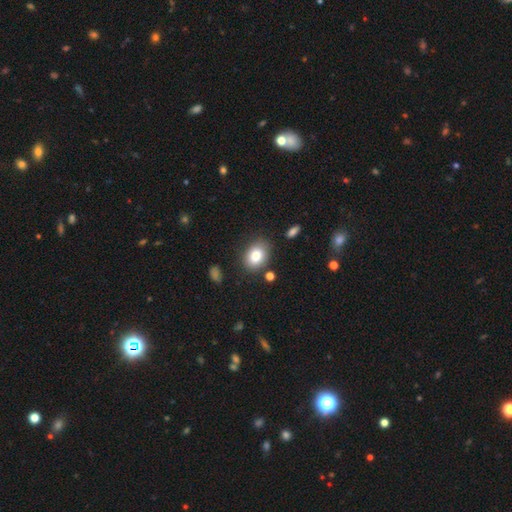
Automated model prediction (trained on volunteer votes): Morphology: type=smooth (81%); roundness=in between (67%); merging=none (80%).